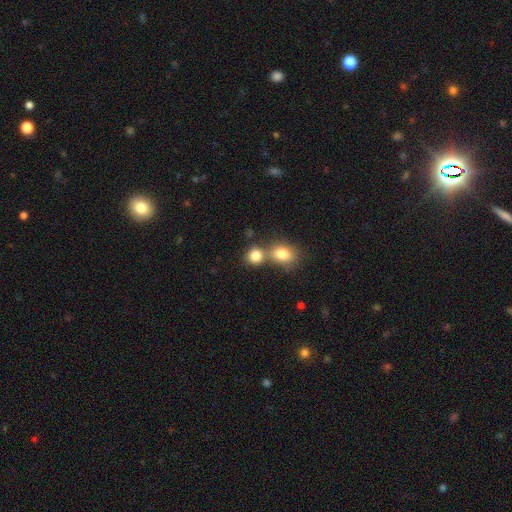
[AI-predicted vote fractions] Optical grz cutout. It shows a smooth galaxy with no disk features (82%) that is round (73%). Merging: none (45%).